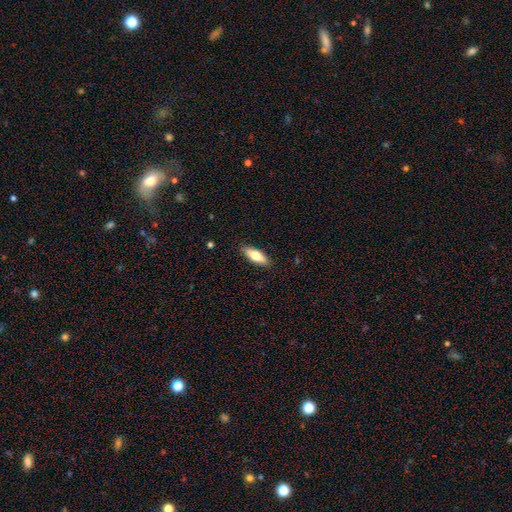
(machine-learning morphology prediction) A smooth galaxy with no disk features (68%) that is in between round and cigar-shaped (66%). Merging: none (88%).